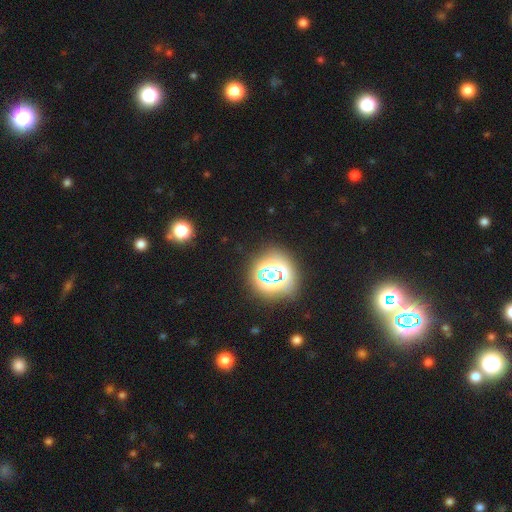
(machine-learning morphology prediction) This appears to be a star or artifact, not a galaxy (63%).